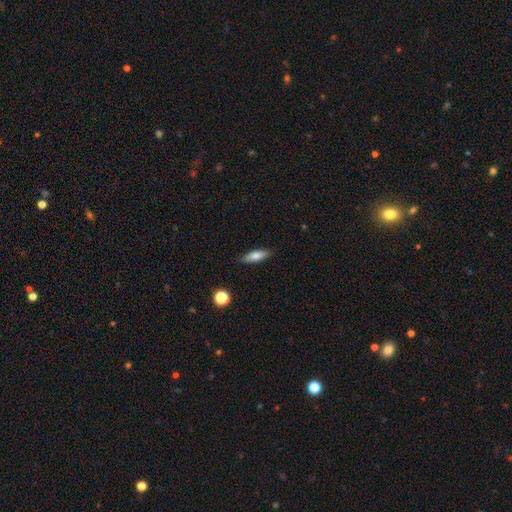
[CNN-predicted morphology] Smooth or featured? smooth (74%)
How rounded? cigar-shaped (49%)
Merging? none (87%)